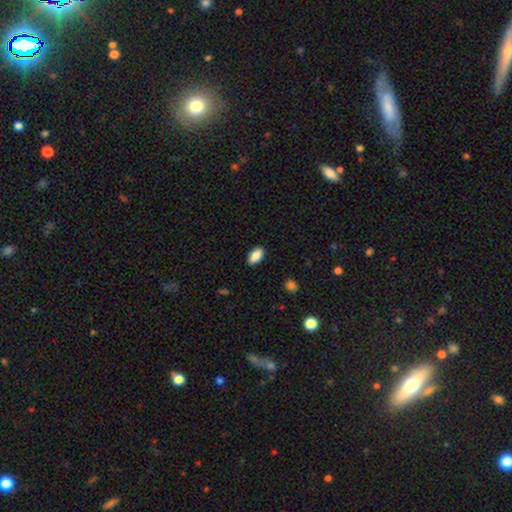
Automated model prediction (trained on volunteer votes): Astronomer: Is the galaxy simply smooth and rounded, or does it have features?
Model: smooth — 89%.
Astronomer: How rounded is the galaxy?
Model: in between — 93%.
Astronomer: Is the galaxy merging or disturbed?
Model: none — 89%.